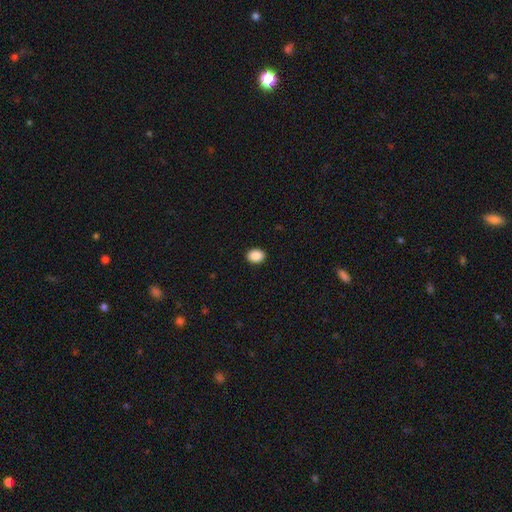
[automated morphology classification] This appears to be a smooth galaxy with no disk features (90%) that is in between round and cigar-shaped (54%). Merging: none (92%).